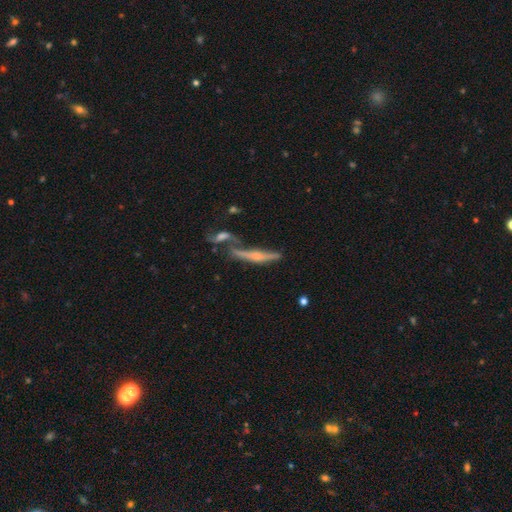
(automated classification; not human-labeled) Q: Smooth or featured?
A: featured or disk (64%); runner-up: smooth (26%)
Q: Edge-on disk?
A: yes (89%); runner-up: no (11%)
Q: Edge-on bulge?
A: rounded (72%); runner-up: none (17%)
Q: Merging?
A: none (45%); runner-up: merger (31%)